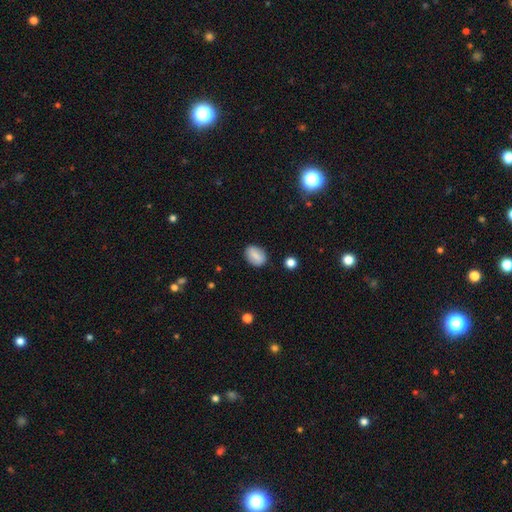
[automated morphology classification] Overall: smooth (77%). How rounded: in between (78%). Merging: none (85%).